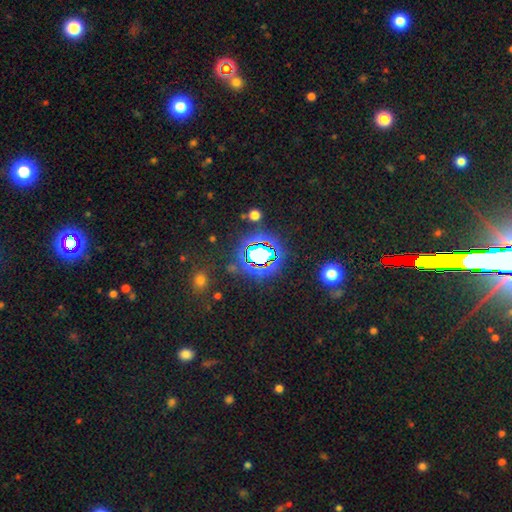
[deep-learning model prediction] A star or artifact, not a galaxy (74%).